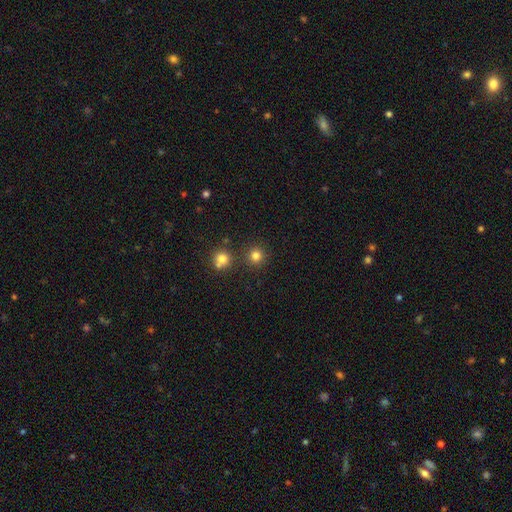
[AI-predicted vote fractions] This is clearly a smooth galaxy (80%). How rounded: clearly round (94%). Merging: clearly none (85%).